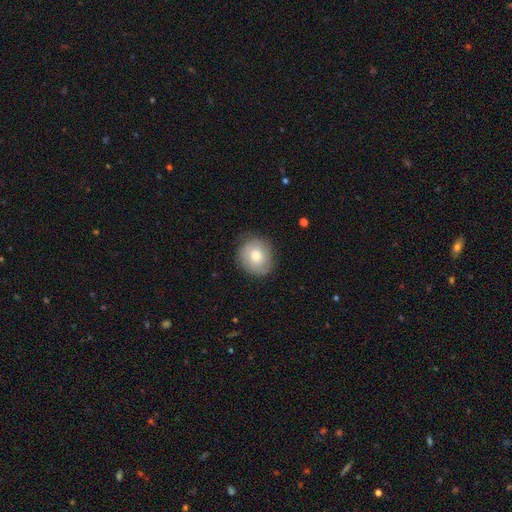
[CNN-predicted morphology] type=smooth (63%); roundness=round (81%); merging=none (80%).